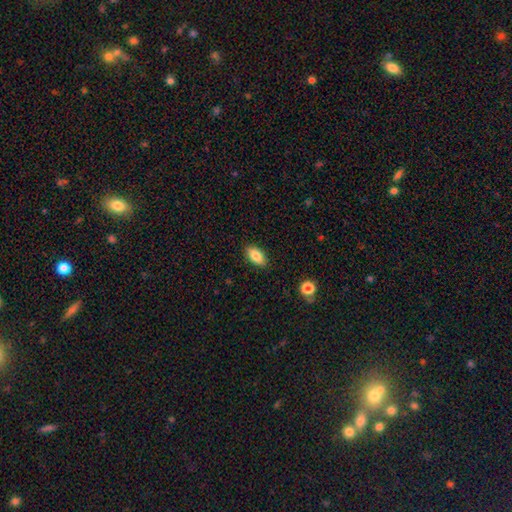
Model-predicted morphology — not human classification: smooth_or_featured: smooth (p=0.83) [alt: featured or disk p=0.10]
how_rounded: in between (p=0.89) [alt: cigar-shaped p=0.07]
merging: none (p=0.88) [alt: minor disturbance p=0.09]